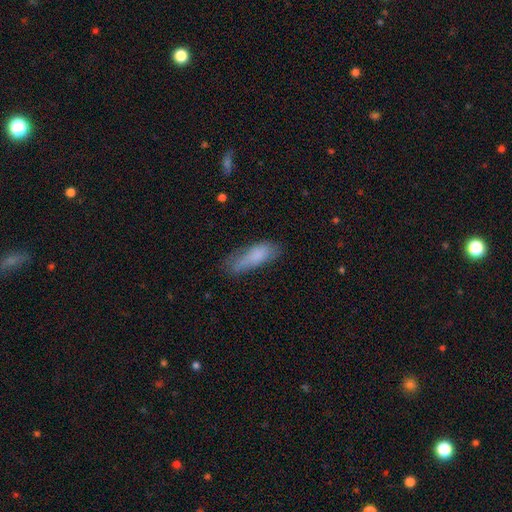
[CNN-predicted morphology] Q: Smooth or featured?
A: smooth (78%); runner-up: featured or disk (14%)
Q: How rounded?
A: in between (57%); runner-up: cigar-shaped (40%)
Q: Merging?
A: none (49%); runner-up: minor disturbance (33%)